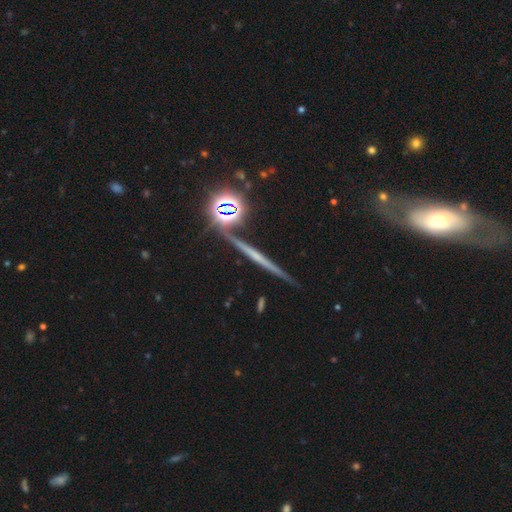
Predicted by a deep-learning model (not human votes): Smooth or featured: featured or disk — 55% (star or artifact — 24%)
Edge-on disk: yes — 95% (no — 5%)
Edge-on bulge: none — 73% (rounded — 18%)
Merging: none — 86% (minor disturbance — 8%)